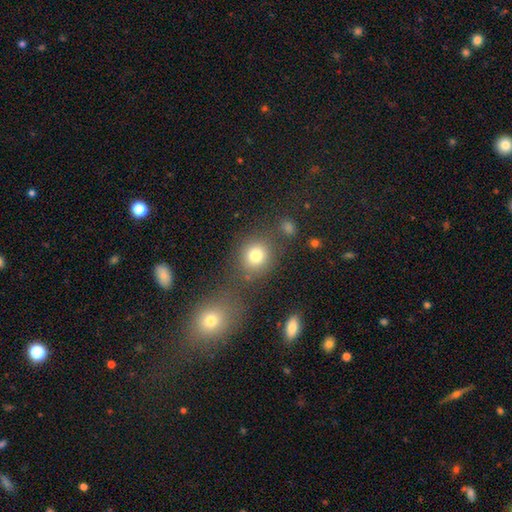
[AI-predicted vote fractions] This appears to be a smooth galaxy with no disk features (79%) that is round (81%). Merging: none (68%).